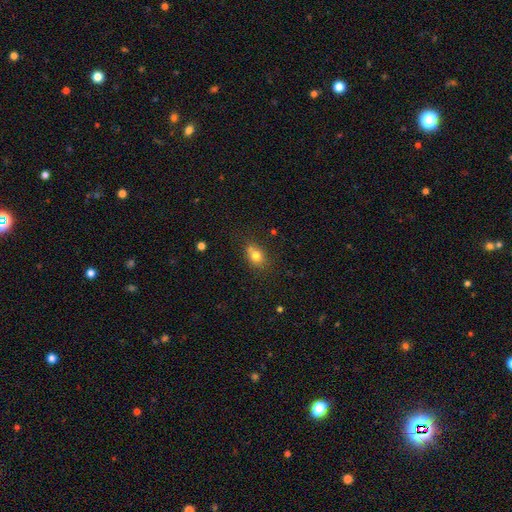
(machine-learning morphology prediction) Overall: smooth (77%). How rounded: in between (62%; round 36%). Merging: none (64%).